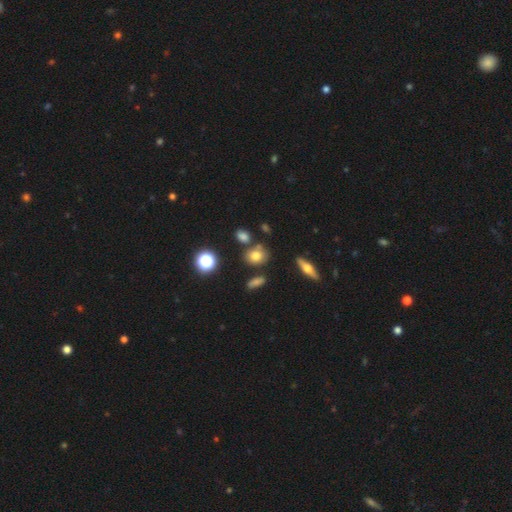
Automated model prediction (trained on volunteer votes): This is likely a smooth galaxy (71%). How rounded: possibly round (57%). Merging: likely none (73%).